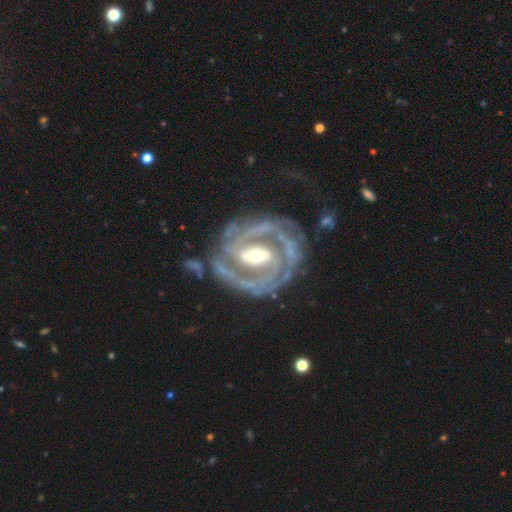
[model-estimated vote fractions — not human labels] smooth-or-featured: featured or disk: 91% | smooth: 5% | star or artifact: 4%
  disk-edge-on: no: 97% | yes: 3%
    bar: strong: 50% | weak: 34% | no: 16%
    has-spiral-arms: yes: 96% | no: 4%
      spiral-winding: tight: 64% | medium: 30% | loose: 6%
      spiral-arm-count: 2: 59% | 3: 16% | can't tell: 11% | 4: 5% | 1: 4% | more than 4: 4%
    bulge-size: moderate: 61% | small: 30% | large: 7% | dominant: 1% | none: 1%
  merging: none: 73% | minor disturbance: 17% | major disturbance: 8% | merger: 2%